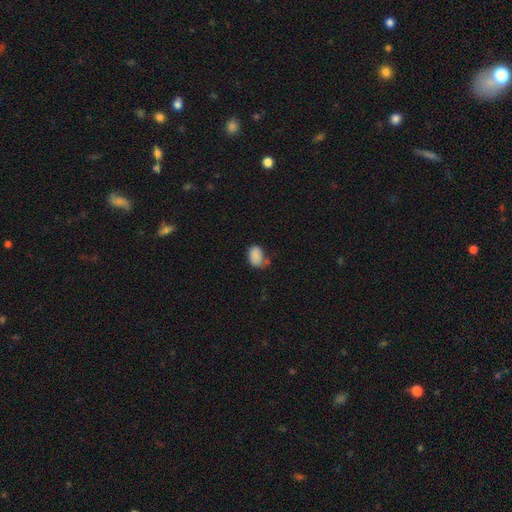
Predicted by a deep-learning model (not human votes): A smooth galaxy with no disk features (84%) that is in between round and cigar-shaped (79%).

Vote fractions:
- Smooth or featured? smooth: 84% / star or artifact: 9% / featured or disk: 6%
- How rounded? in between: 79% / round: 20% / cigar-shaped: 1%
- Merging? none: 47% / minor disturbance: 33% / major disturbance: 13% / merger: 7%